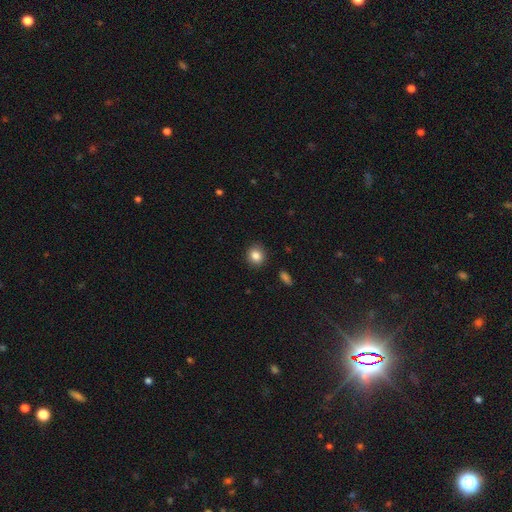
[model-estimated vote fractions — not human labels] A smooth galaxy with no disk features (84%) that is round (74%).

Vote fractions:
- Smooth or featured? smooth: 84% / star or artifact: 10% / featured or disk: 6%
- How rounded? round: 74% / in between: 25% / cigar-shaped: 1%
- Merging? none: 90% / minor disturbance: 7% / major disturbance: 2% / merger: 1%